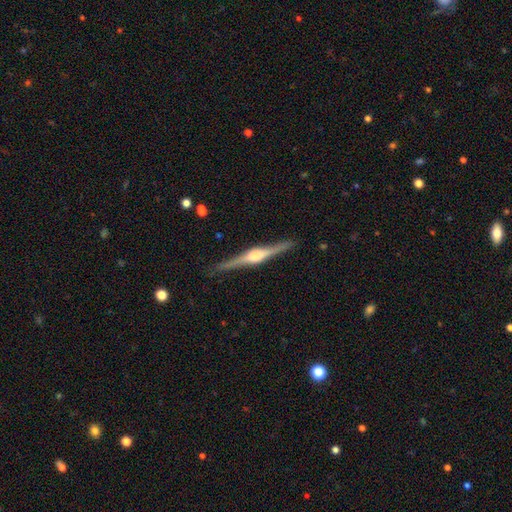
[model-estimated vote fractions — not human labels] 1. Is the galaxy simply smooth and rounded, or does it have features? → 84% featured or disk, 11% smooth, 5% star or artifact.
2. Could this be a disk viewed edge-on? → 98% yes, 2% no.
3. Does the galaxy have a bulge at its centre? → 80% rounded, 16% boxy, 4% none.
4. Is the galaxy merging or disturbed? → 89% none, 8% minor disturbance, 2% major disturbance, 1% merger.